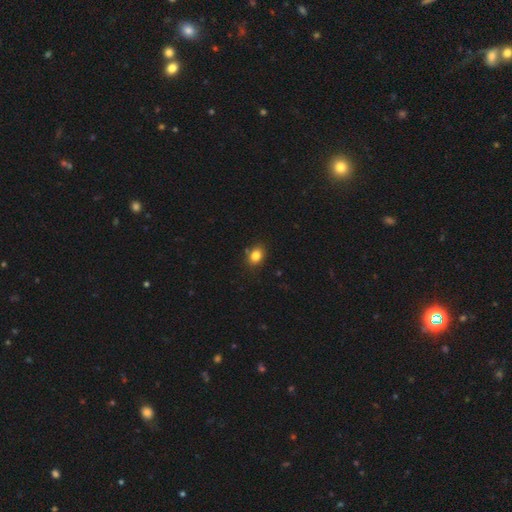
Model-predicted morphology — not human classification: A smooth galaxy with no disk features (83%) that is in between round and cigar-shaped (59%). Merging: none (83%).